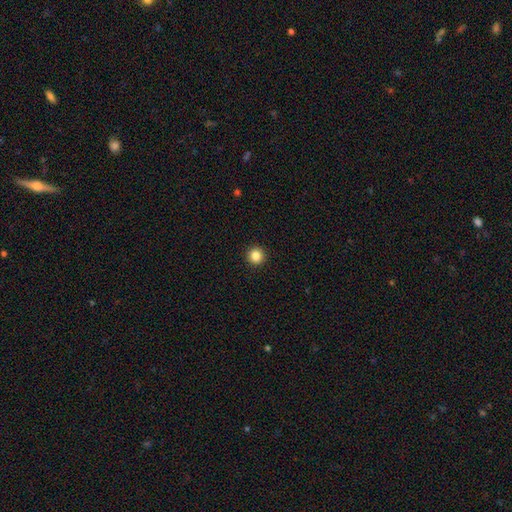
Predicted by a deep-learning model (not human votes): smooth 85%, star or artifact 11%, featured or disk 4%. Down the decision tree: how rounded — round (95%); merging — none (94%).